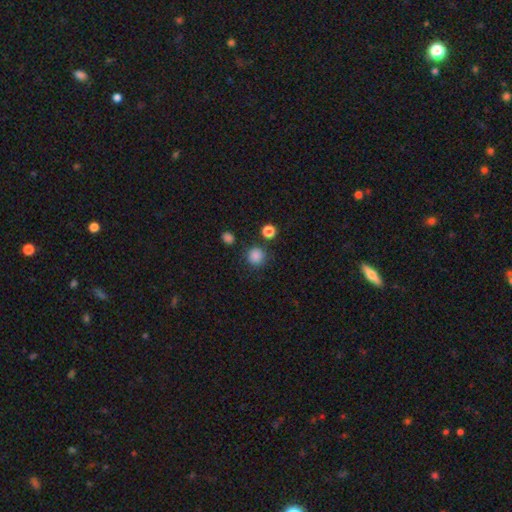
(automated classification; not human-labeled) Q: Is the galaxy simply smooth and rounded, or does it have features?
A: smooth — 85%.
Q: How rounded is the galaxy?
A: round — 93%.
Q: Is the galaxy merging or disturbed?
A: none — 83%.